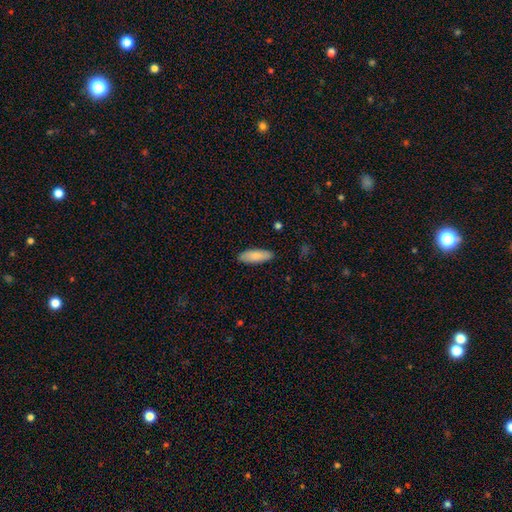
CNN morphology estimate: Smooth or featured?
  - smooth: 86% *
  - featured or disk: 9%
  - star or artifact: 5%
How rounded?
  - in between: 65% *
  - cigar-shaped: 33%
  - round: 2%
Merging?
  - none: 88% *
  - minor disturbance: 9%
  - major disturbance: 2%
  - merger: 1%